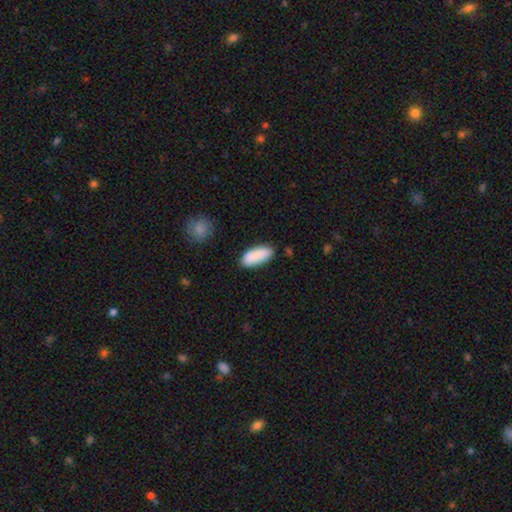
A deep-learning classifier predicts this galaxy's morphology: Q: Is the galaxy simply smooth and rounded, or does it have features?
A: smooth — 88%.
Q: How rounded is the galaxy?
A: in between — 81%.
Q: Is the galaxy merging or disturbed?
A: none — 80%.